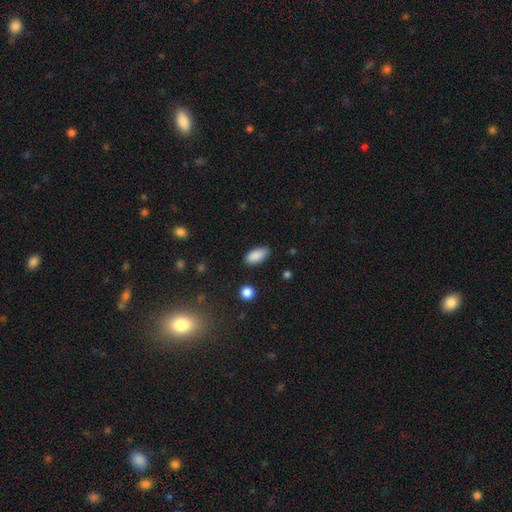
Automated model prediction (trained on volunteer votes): Smooth or featured? smooth (88%)
How rounded? in between (90%)
Merging? none (82%)